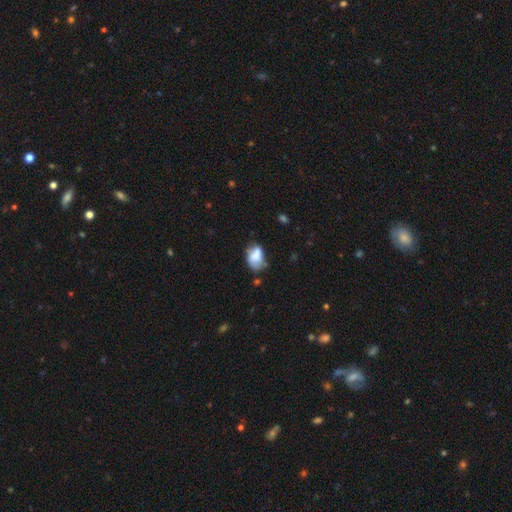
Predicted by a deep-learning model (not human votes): This is likely a smooth galaxy (69%). How rounded: clearly in between (80%). Merging: marginally none (38%).